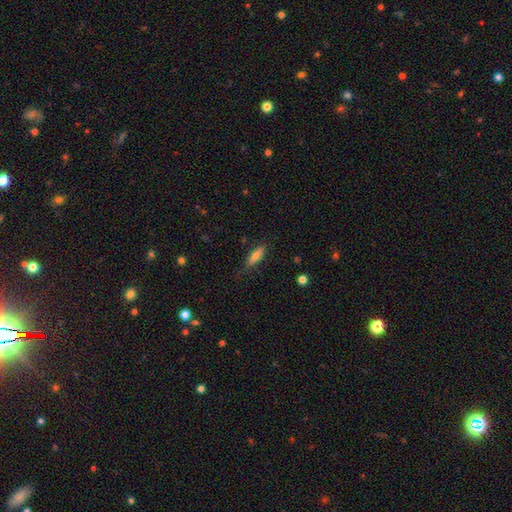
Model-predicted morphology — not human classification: smooth-or-featured: smooth: 70% | featured or disk: 23% | star or artifact: 7%
  how-rounded: cigar-shaped: 54% | in between: 43% | round: 2%
  merging: none: 74% | minor disturbance: 20% | major disturbance: 5% | merger: 1%